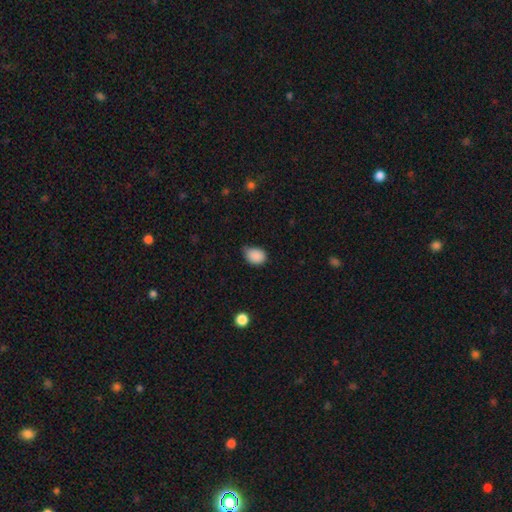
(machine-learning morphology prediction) This appears to be a smooth galaxy with no disk features (88%) that is in between round and cigar-shaped (60%). Merging: none (58%).